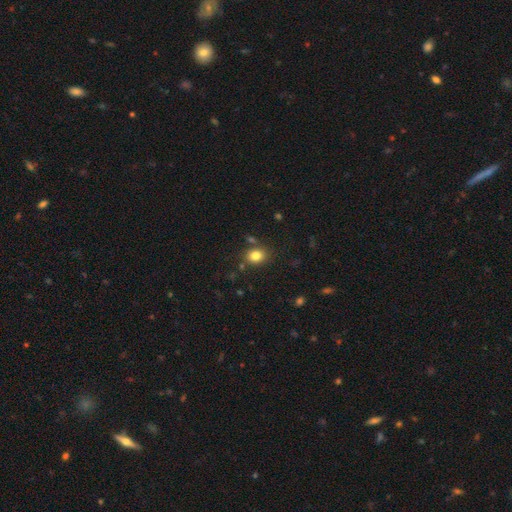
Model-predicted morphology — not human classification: A smooth galaxy with no disk features (82%) that is round (52%). Merging: none (78%).